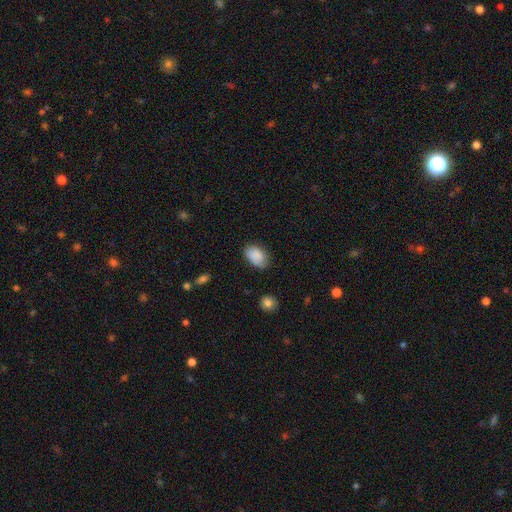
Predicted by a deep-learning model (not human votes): Smooth or featured? smooth (85%)
How rounded? in between (88%)
Merging? none (69%)